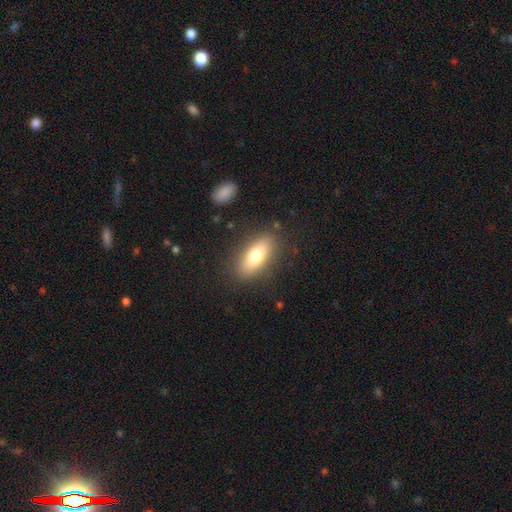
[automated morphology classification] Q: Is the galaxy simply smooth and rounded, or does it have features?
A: smooth — 73%.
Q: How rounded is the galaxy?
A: in between — 77%.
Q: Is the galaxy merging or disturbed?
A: none — 85%.